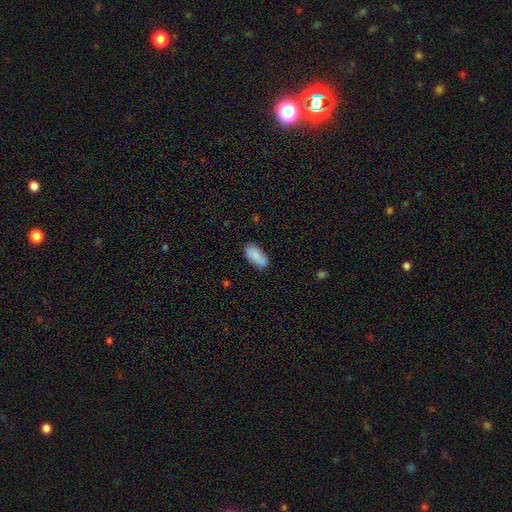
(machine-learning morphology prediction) A smooth galaxy with no disk features (82%) that is in between round and cigar-shaped (92%). Merging: none (75%).